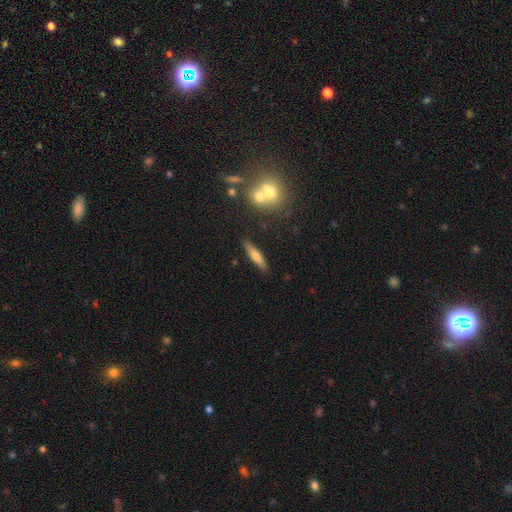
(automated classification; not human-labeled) smooth-or-featured: smooth: 62% | featured or disk: 31% | star or artifact: 7%
  how-rounded: cigar-shaped: 81% | in between: 17% | round: 2%
  merging: none: 84% | minor disturbance: 9% | merger: 4% | major disturbance: 2%